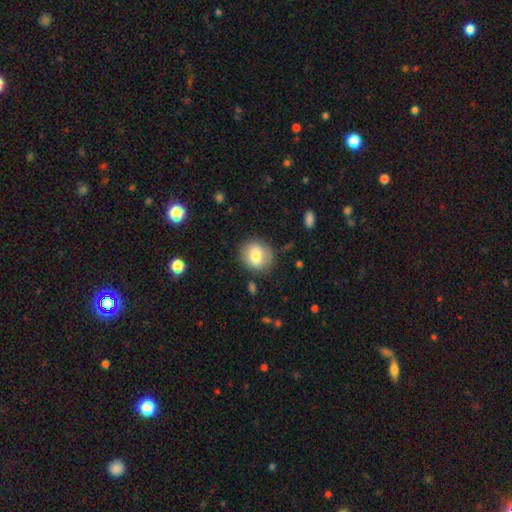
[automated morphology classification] Smooth or featured? Predicted: smooth (p=0.74). How rounded? Predicted: round (p=0.74). Merging? Predicted: none (p=0.81).